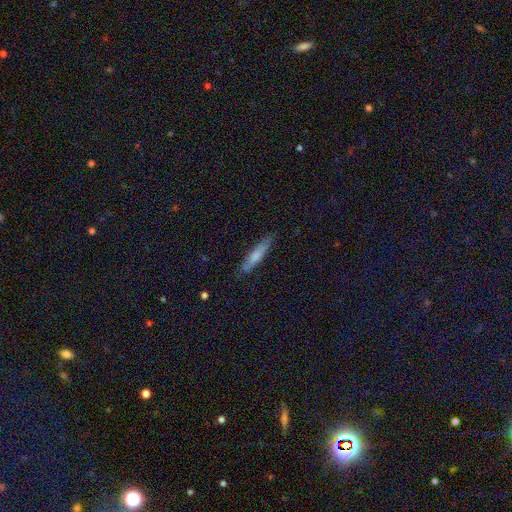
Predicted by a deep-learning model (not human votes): smooth_or_featured: smooth (p=0.67) [alt: featured or disk p=0.28]
how_rounded: cigar-shaped (p=0.88) [alt: in between p=0.10]
merging: none (p=0.84) [alt: minor disturbance p=0.12]